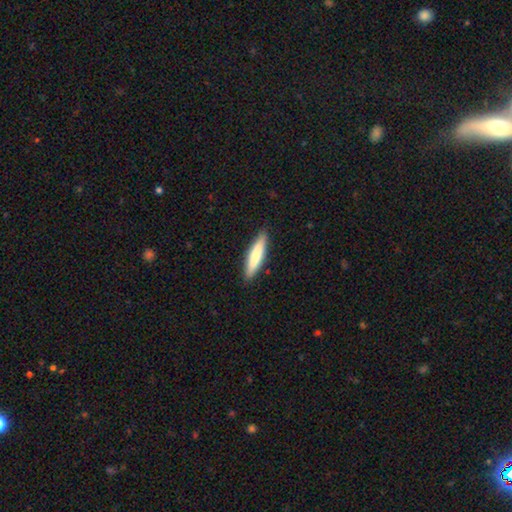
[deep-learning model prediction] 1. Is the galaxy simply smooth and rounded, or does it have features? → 70% smooth, 24% featured or disk, 5% star or artifact.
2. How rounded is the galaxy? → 83% cigar-shaped, 16% in between, 1% round.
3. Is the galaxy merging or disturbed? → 89% none, 8% minor disturbance, 2% major disturbance, 1% merger.